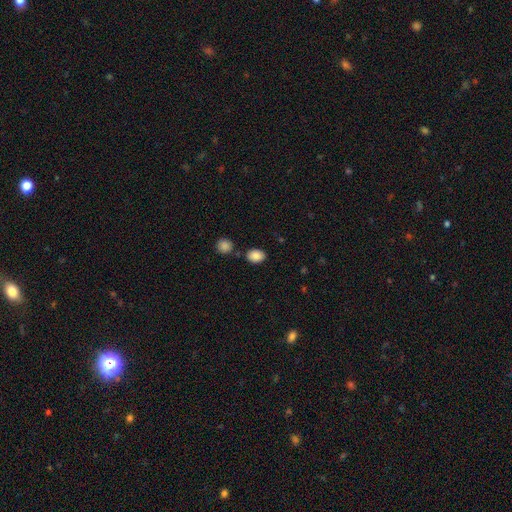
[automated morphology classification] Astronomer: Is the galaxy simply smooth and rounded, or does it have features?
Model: smooth — 87%.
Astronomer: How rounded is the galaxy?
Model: in between — 73%.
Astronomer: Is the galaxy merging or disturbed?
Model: none — 78%.